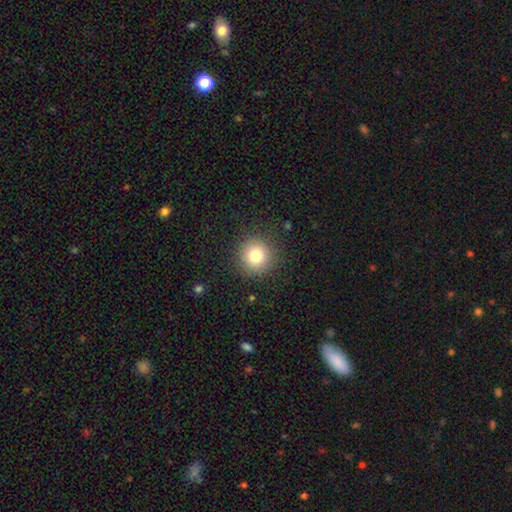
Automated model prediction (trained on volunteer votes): This appears to be a smooth galaxy with no disk features (80%) that is round (94%). Merging: none (90%).